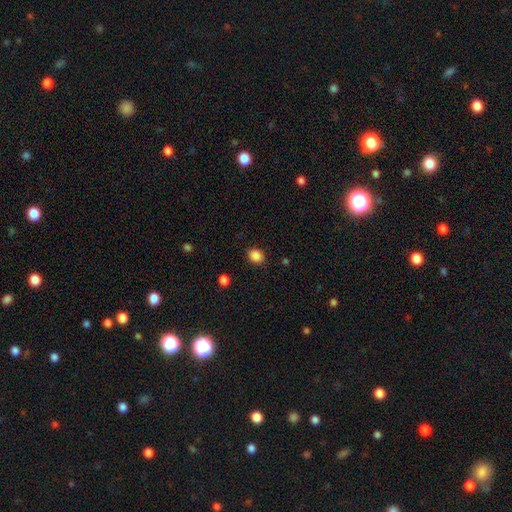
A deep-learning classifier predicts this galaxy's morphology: Smooth or featured? smooth (87%)
How rounded? in between (54%)
Merging? none (86%)